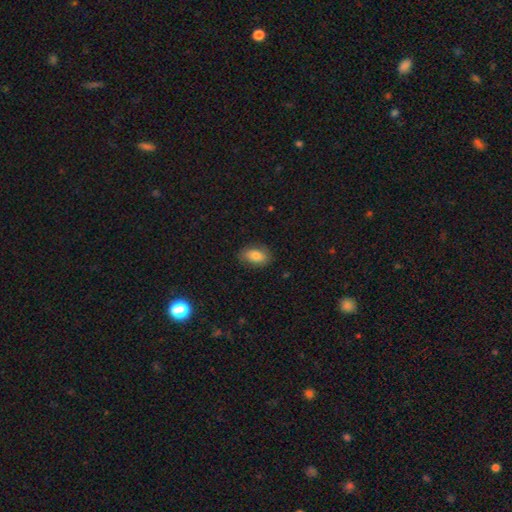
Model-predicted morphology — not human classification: Smooth or featured: smooth — 81% (featured or disk — 11%)
How rounded: in between — 89% (round — 8%)
Merging: none — 83% (minor disturbance — 13%)